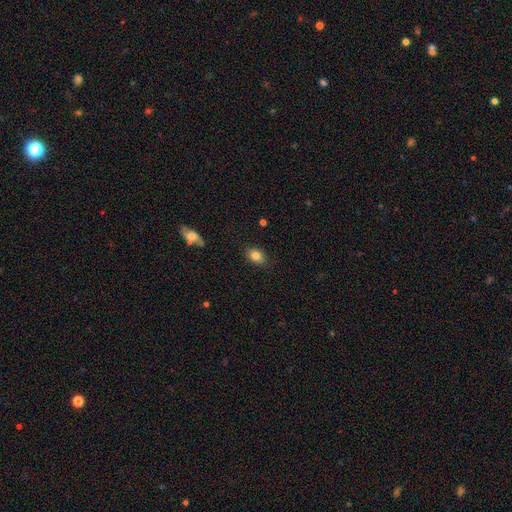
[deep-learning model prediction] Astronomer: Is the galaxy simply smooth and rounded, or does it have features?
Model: smooth — 83%.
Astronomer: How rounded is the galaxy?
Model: in between — 73%.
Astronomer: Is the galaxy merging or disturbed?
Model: none — 85%.